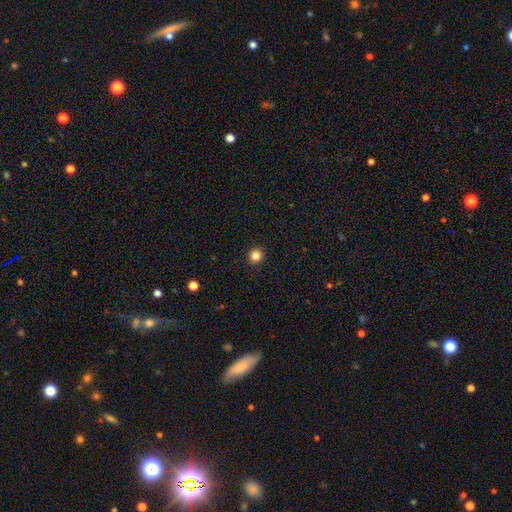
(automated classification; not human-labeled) This appears to be a smooth galaxy with no disk features (84%) that is round (94%). Merging: none (93%).